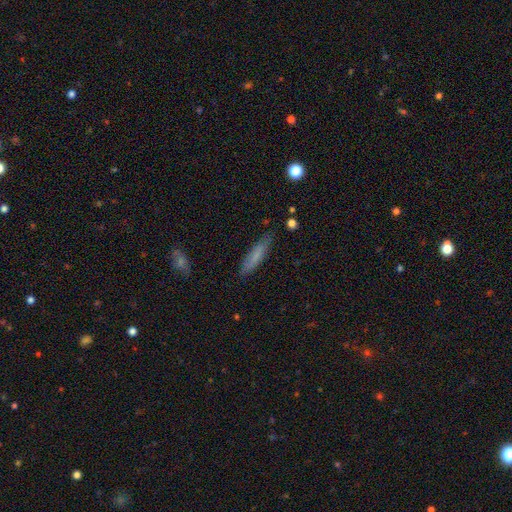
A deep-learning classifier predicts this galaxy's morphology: smooth-or-featured: smooth: 72% | featured or disk: 21% | star or artifact: 7%
  how-rounded: cigar-shaped: 83% | in between: 15% | round: 2%
  merging: none: 83% | minor disturbance: 13% | major disturbance: 3% | merger: 2%